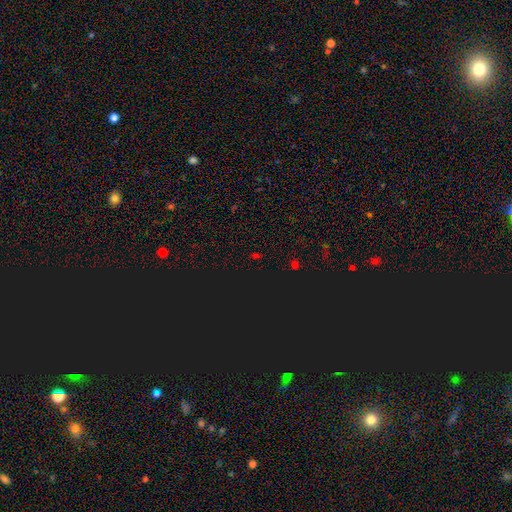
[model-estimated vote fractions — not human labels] Smooth or featured: star or artifact — 69% (smooth — 25%)